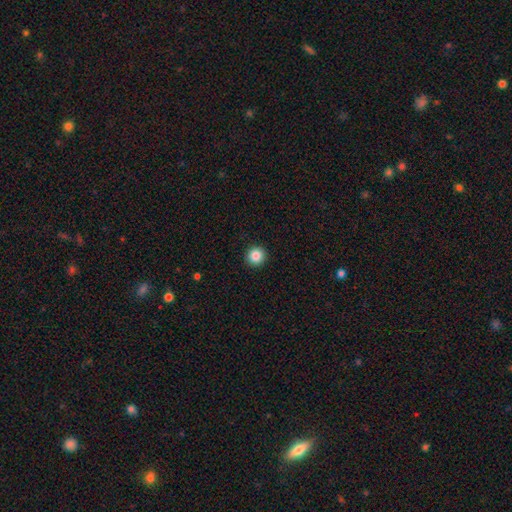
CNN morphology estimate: The model was most divided on "smooth or featured": smooth: 86%, star or artifact: 10%, featured or disk: 4%. More confident: how rounded — round (95%); merging — none (93%).